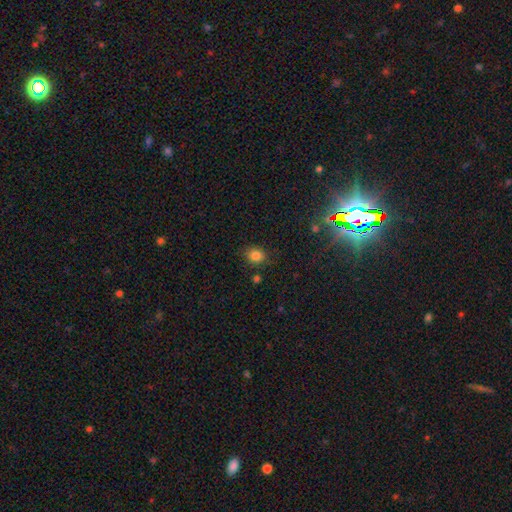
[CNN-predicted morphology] Overall: smooth (83%). How rounded: round (57%; in between 42%). Merging: none (80%).